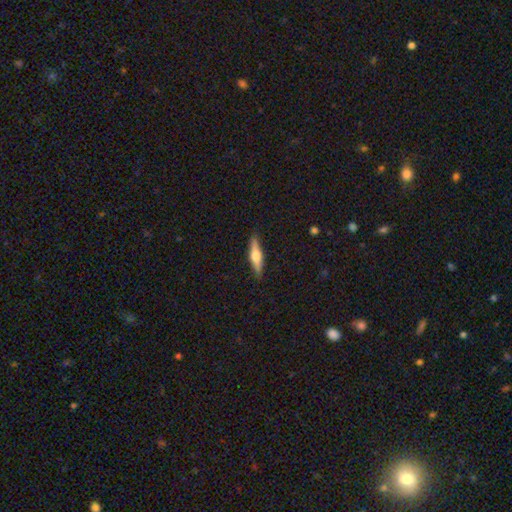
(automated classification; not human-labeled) The model was most divided on "smooth or featured": featured or disk: 54%, smooth: 40%, star or artifact: 6%. More confident: edge-on disk — yes (96%); edge-on bulge — rounded (91%); merging — none (89%).